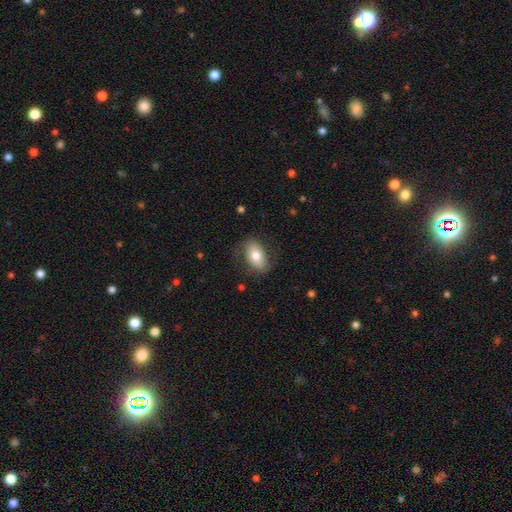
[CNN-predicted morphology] smooth_or_featured: smooth (p=0.74) [alt: featured or disk p=0.20]
how_rounded: in between (p=0.90) [alt: round p=0.07]
merging: none (p=0.77) [alt: minor disturbance p=0.16]